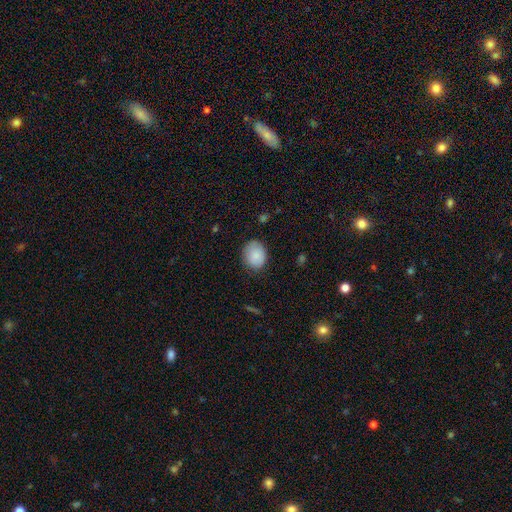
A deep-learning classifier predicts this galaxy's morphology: type=smooth (86%); roundness=round (53%); merging=none (79%).